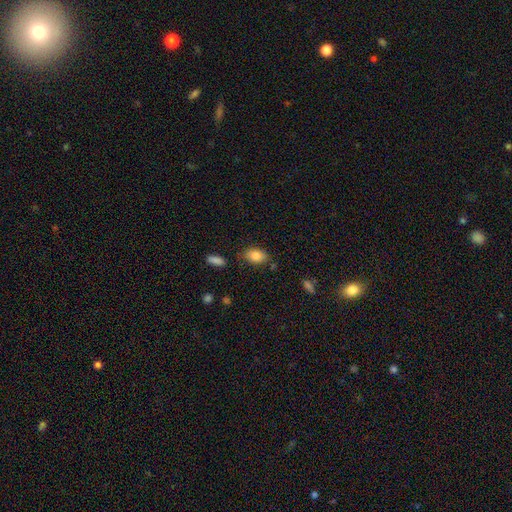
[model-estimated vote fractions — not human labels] Q: Smooth or featured?
A: smooth (84%); runner-up: featured or disk (8%)
Q: How rounded?
A: in between (87%); runner-up: round (11%)
Q: Merging?
A: none (78%); runner-up: minor disturbance (15%)